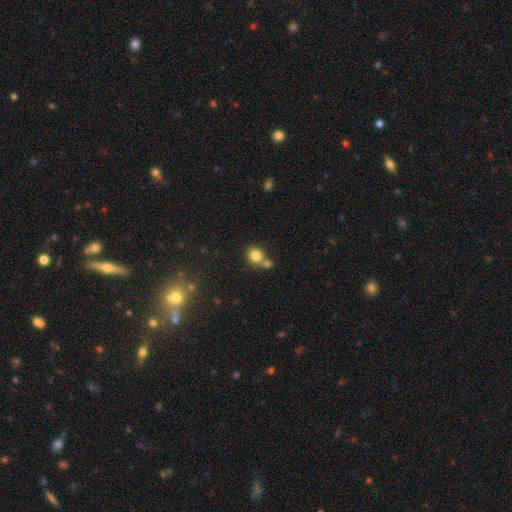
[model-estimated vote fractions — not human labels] A smooth galaxy with no disk features (81%) that is round (79%).

Vote fractions:
- Smooth or featured? smooth: 81% / star or artifact: 11% / featured or disk: 8%
- How rounded? round: 79% / in between: 20% / cigar-shaped: 1%
- Merging? none: 54% / merger: 33% / minor disturbance: 10% / major disturbance: 3%